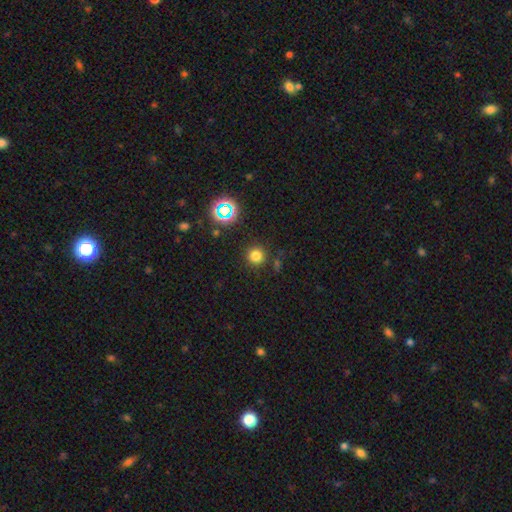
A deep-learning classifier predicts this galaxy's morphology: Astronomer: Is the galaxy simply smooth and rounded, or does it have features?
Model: smooth — 75%.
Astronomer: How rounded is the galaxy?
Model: round — 95%.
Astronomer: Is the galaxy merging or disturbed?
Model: none — 88%.